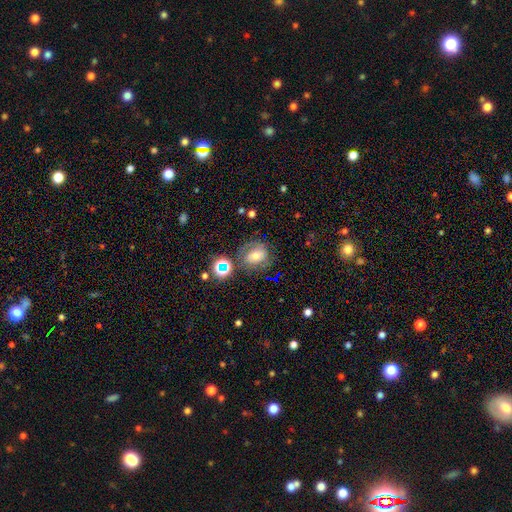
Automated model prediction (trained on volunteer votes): featured or disk 44%, smooth 38%, star or artifact 17%. Down the decision tree: merging — none (64%).